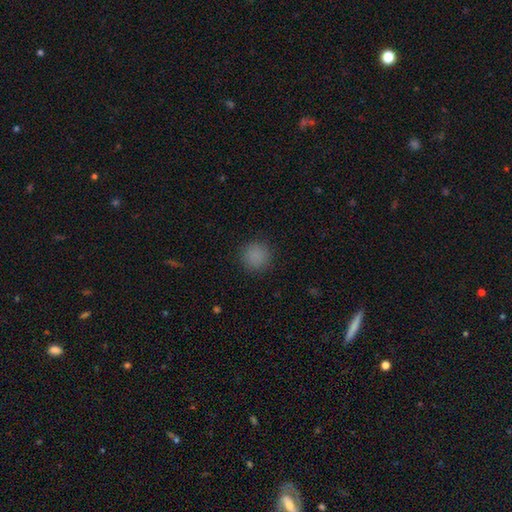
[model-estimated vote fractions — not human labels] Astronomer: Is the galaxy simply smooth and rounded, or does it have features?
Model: smooth — 85%.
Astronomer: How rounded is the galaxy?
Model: round — 94%.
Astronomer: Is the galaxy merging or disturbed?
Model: none — 90%.